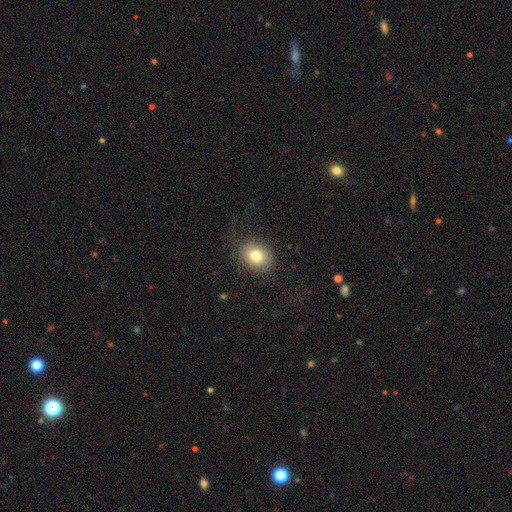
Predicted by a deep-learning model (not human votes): Smooth or featured? smooth (79%)
How rounded? round (52%)
Merging? none (82%)